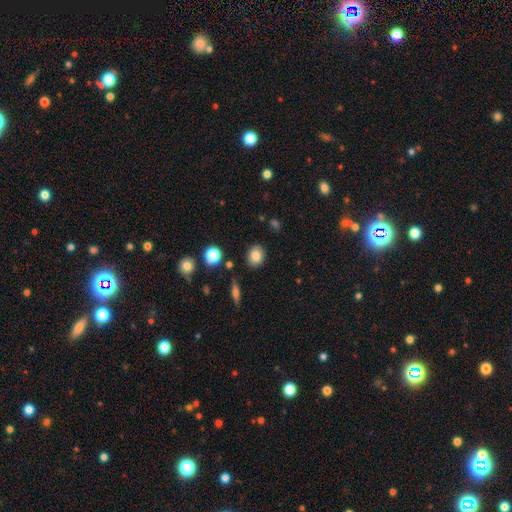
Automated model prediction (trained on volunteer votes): Overall: smooth (82%). How rounded: round (66%; in between 32%). Merging: none (87%).